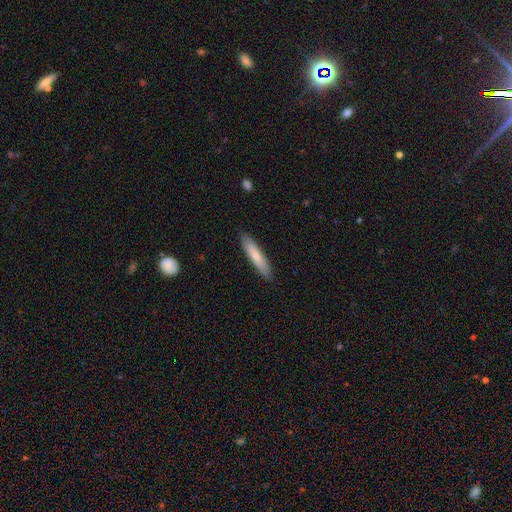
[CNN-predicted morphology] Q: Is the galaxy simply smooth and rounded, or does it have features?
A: smooth — 73%.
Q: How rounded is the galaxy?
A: cigar-shaped — 87%.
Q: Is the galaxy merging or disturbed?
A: none — 89%.